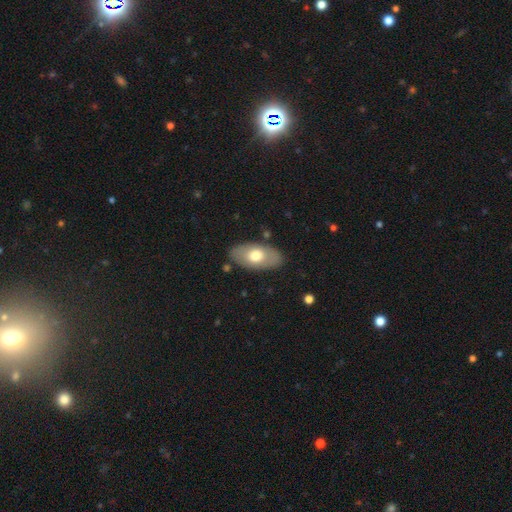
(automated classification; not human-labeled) Smooth or featured: smooth — 63% (featured or disk — 31%)
How rounded: in between — 93% (round — 4%)
Merging: none — 83% (minor disturbance — 12%)